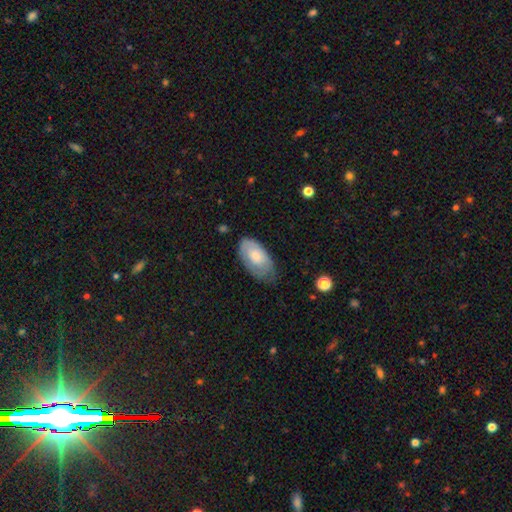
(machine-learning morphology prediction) smooth 64%, featured or disk 30%, star or artifact 6%. Down the decision tree: how rounded — in between (94%); merging — none (54%).